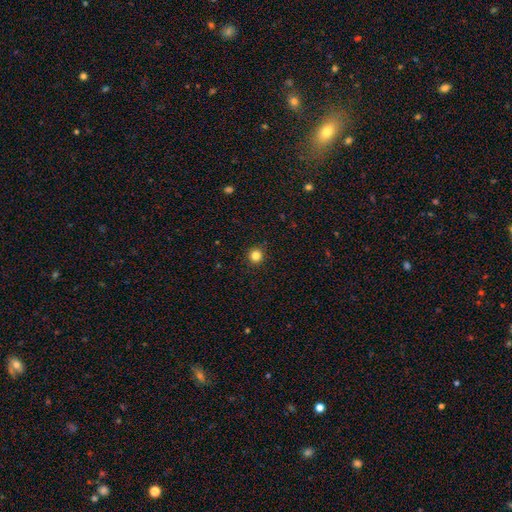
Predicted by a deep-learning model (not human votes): This appears to be a smooth galaxy with no disk features (83%) that is round (95%). Merging: none (93%).